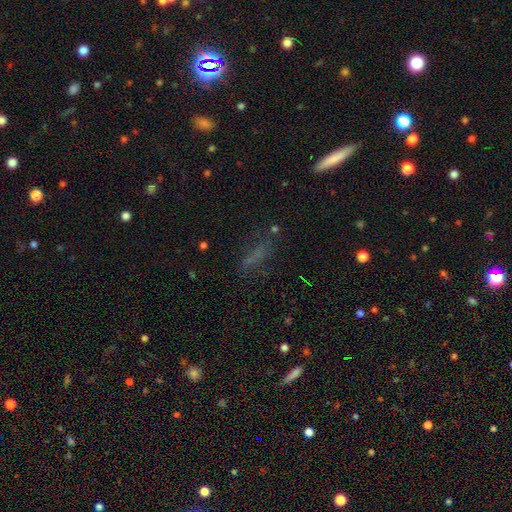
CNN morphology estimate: smooth-or-featured: smooth: 52% | star or artifact: 24% | featured or disk: 23%
  how-rounded: cigar-shaped: 58% | in between: 35% | round: 7%
  merging: none: 65% | minor disturbance: 18% | major disturbance: 13% | merger: 4%